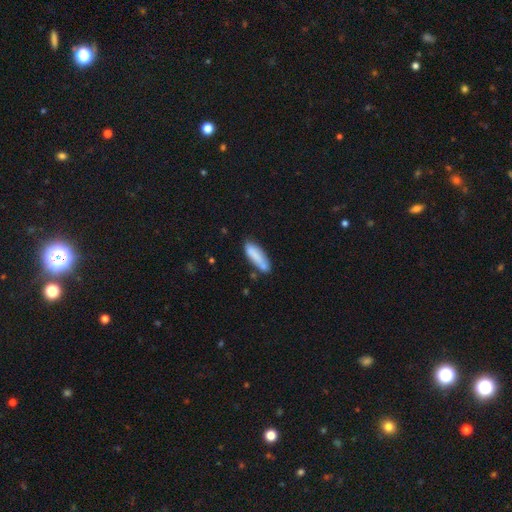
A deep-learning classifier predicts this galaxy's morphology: smooth 79%, featured or disk 15%, star or artifact 7%. Down the decision tree: how rounded — cigar-shaped (53%); merging — none (60%).